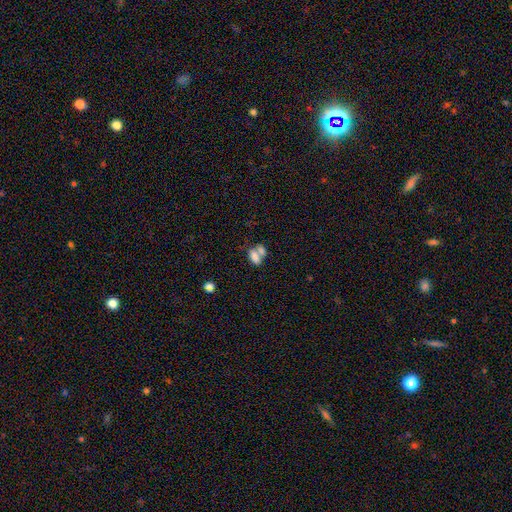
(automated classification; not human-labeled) The model was most divided on "merging": merger: 60%, none: 24%, minor disturbance: 9%, major disturbance: 7%. More confident: how rounded — in between (86%); smooth or featured — smooth (74%).